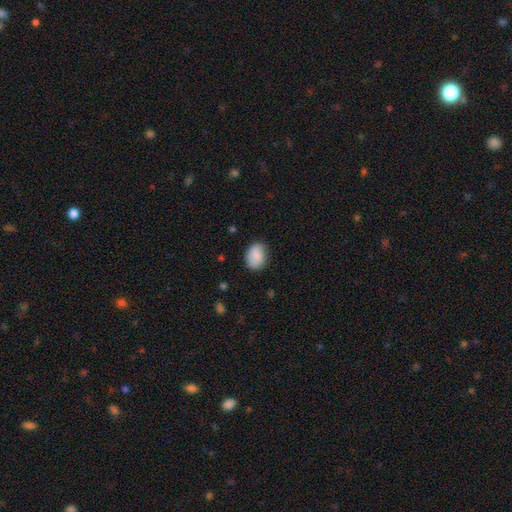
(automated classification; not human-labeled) smooth 88%, star or artifact 7%, featured or disk 5%. Down the decision tree: how rounded — in between (69%); merging — none (80%).